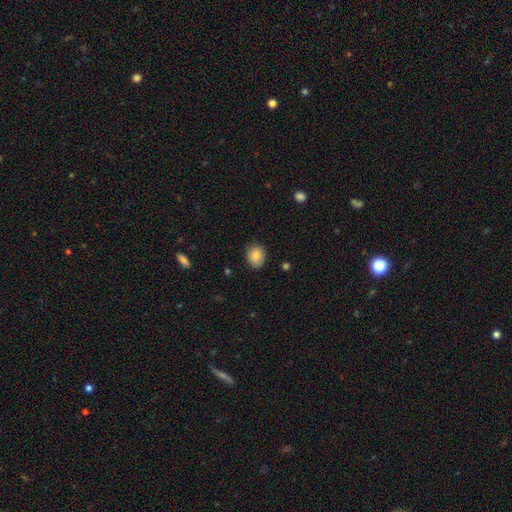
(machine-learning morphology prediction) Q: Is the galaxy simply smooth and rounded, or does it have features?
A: smooth — 85%.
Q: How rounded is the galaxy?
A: round — 52%.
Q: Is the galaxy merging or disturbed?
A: none — 81%.